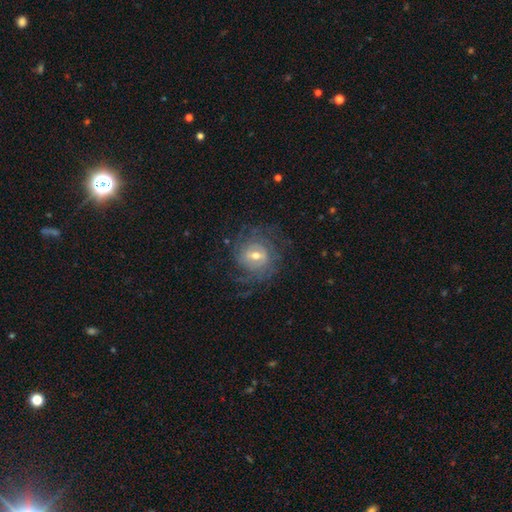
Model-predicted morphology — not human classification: A featured or disk galaxy (78%) with a weak bar (53%), tight (58%) spiral arms (89%) and a moderate central bulge (61%).

Vote fractions:
- Smooth or featured? featured or disk: 78% / smooth: 14% / star or artifact: 8%
- Edge-on disk? no: 96% / yes: 4%
- Bar? weak: 53% / no: 25% / strong: 22%
- Spiral arms? yes: 89% / no: 11%
- Spiral winding? tight: 58% / medium: 30% / loose: 12%
- Spiral arm count? can't tell: 46% / 2: 20% / 3: 12% / 4: 10% / more than 4: 6% / 1: 6%
- Bulge size? moderate: 61% / small: 32% / large: 6% / none: 1% / dominant: 1%
- Merging? none: 71% / minor disturbance: 16% / major disturbance: 12% / merger: 1%